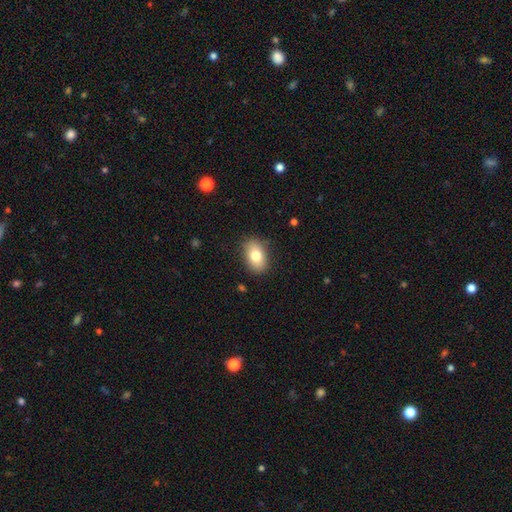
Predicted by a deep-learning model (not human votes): Morphology: type=smooth (78%); roundness=in between (86%); merging=none (84%).